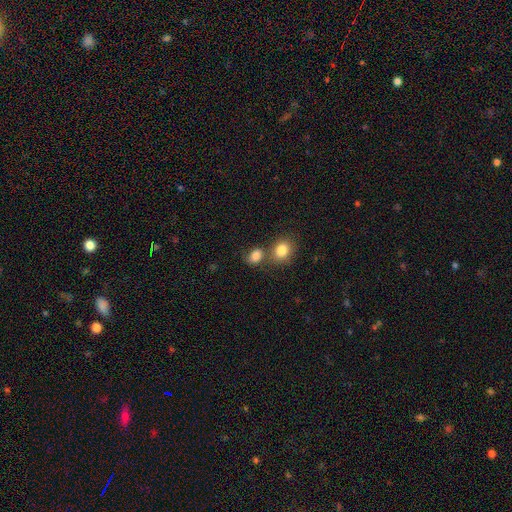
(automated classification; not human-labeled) Morphology: type=smooth (83%); roundness=in between (66%); merging=none (46%).